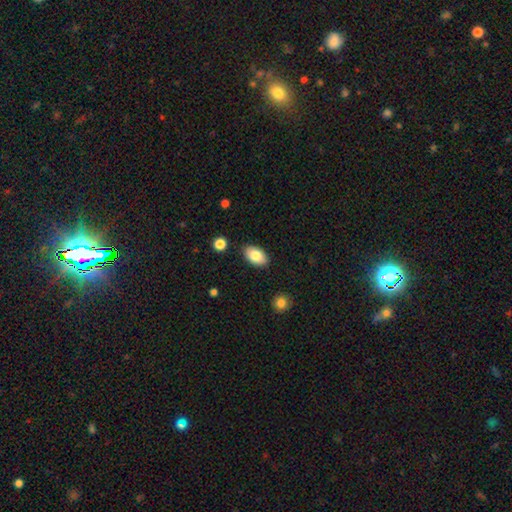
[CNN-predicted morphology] Q: Smooth or featured?
A: smooth (83%); runner-up: featured or disk (10%)
Q: How rounded?
A: in between (93%); runner-up: round (5%)
Q: Merging?
A: none (87%); runner-up: minor disturbance (9%)